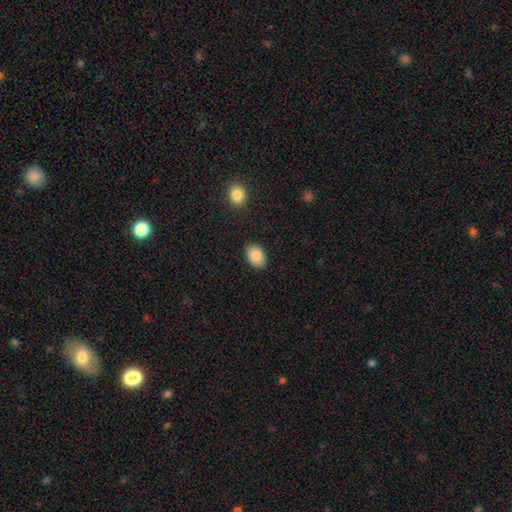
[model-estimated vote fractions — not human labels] Smooth or featured?
  - smooth: 87% *
  - star or artifact: 7%
  - featured or disk: 6%
How rounded?
  - in between: 84% *
  - round: 15%
  - cigar-shaped: 1%
Merging?
  - none: 88% *
  - minor disturbance: 8%
  - major disturbance: 2%
  - merger: 1%